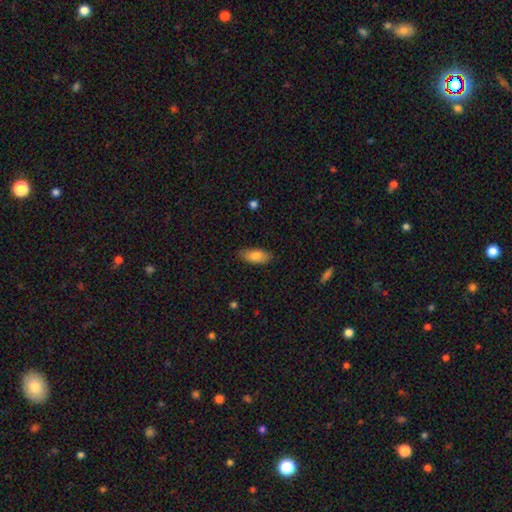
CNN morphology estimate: A smooth galaxy with no disk features (84%) that is in between round and cigar-shaped (85%).

Vote fractions:
- Smooth or featured? smooth: 84% / featured or disk: 10% / star or artifact: 7%
- How rounded? in between: 85% / cigar-shaped: 13% / round: 2%
- Merging? none: 85% / minor disturbance: 12% / major disturbance: 2% / merger: 1%